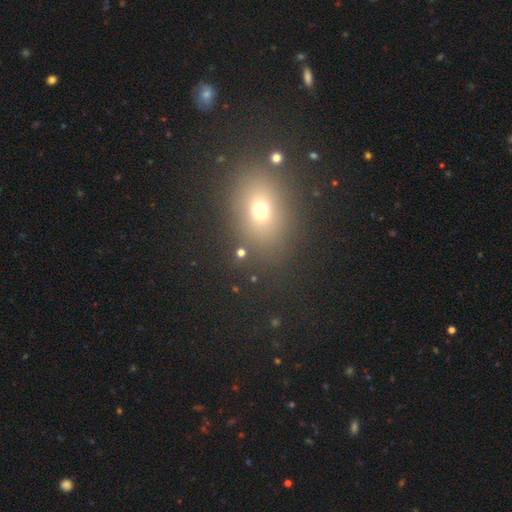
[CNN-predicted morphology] This is likely a smooth galaxy (62%). How rounded: possibly in between (59%). Merging: clearly none (86%).